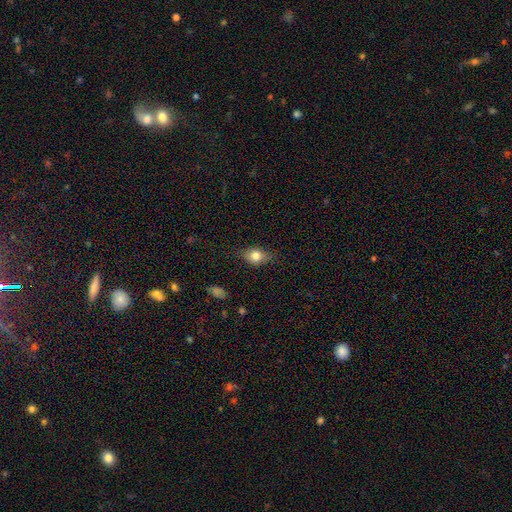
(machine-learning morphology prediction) A smooth galaxy with no disk features (79%) that is in between round and cigar-shaped (73%). Merging: none (78%).